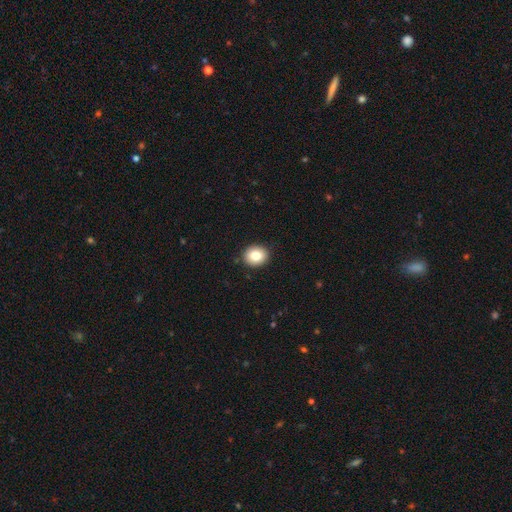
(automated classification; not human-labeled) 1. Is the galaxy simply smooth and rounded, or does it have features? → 81% smooth, 10% featured or disk, 9% star or artifact.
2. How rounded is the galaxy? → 73% round, 27% in between, 1% cigar-shaped.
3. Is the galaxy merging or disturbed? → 91% none, 7% minor disturbance, 2% major disturbance, 1% merger.